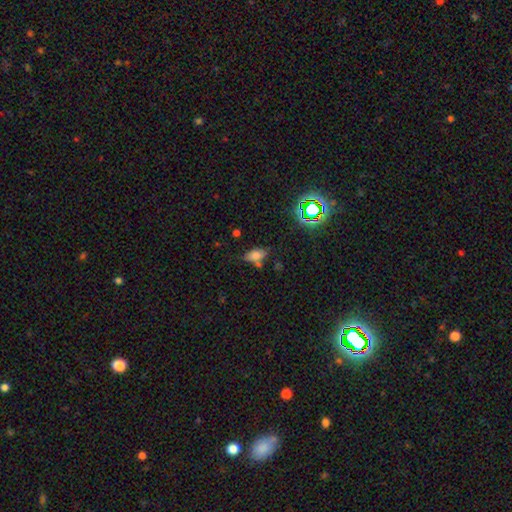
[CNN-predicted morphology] This appears to be a smooth galaxy with no disk features (72%) that is in between round and cigar-shaped (85%). Merging: none (60%).